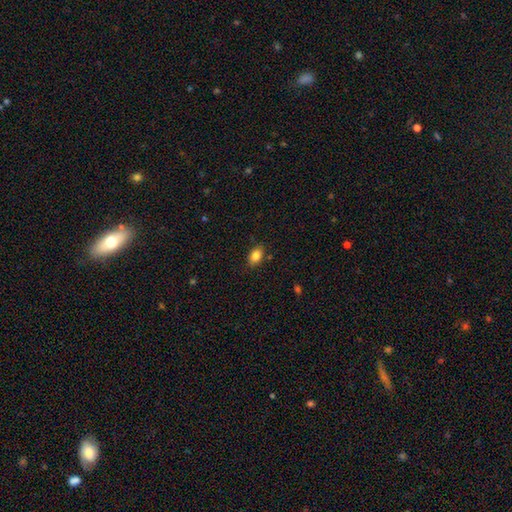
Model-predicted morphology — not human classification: Smooth or featured? Predicted: smooth (p=0.85). How rounded? Predicted: in between (p=0.87). Merging? Predicted: none (p=0.84).